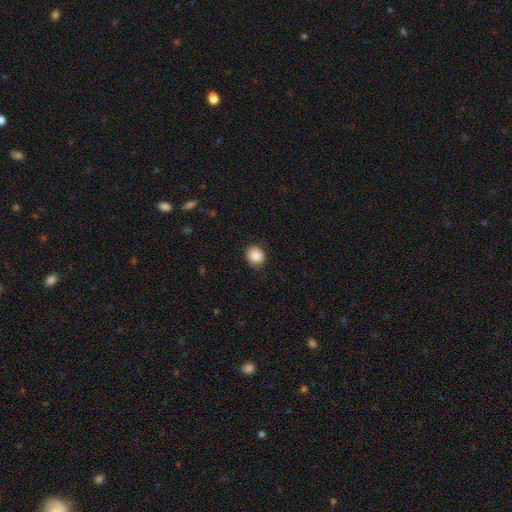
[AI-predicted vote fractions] smooth_or_featured: smooth (p=0.88) [alt: star or artifact p=0.09]
how_rounded: round (p=0.80) [alt: in between p=0.19]
merging: none (p=0.87) [alt: minor disturbance p=0.10]